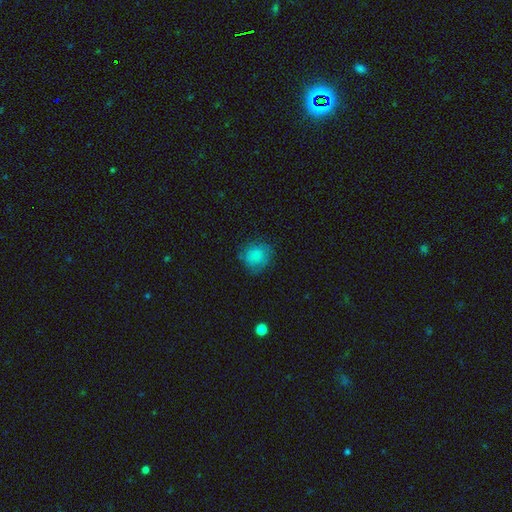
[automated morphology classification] Smooth or featured? Predicted: smooth (p=0.81). How rounded? Predicted: round (p=0.82). Merging? Predicted: none (p=0.71).